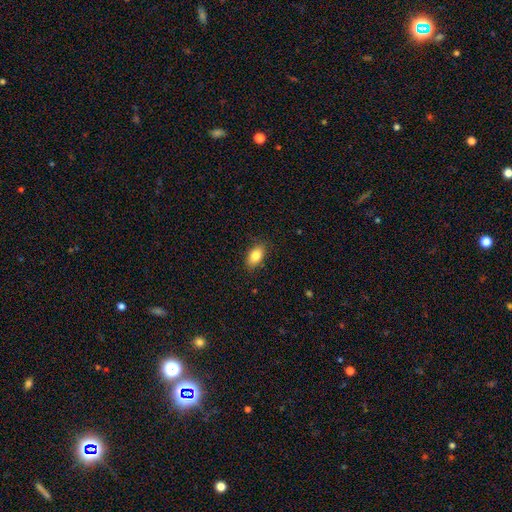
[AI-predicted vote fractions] Smooth or featured?
  - smooth: 83% *
  - featured or disk: 9%
  - star or artifact: 8%
How rounded?
  - in between: 89% *
  - round: 7%
  - cigar-shaped: 4%
Merging?
  - none: 84% *
  - minor disturbance: 12%
  - major disturbance: 2%
  - merger: 1%